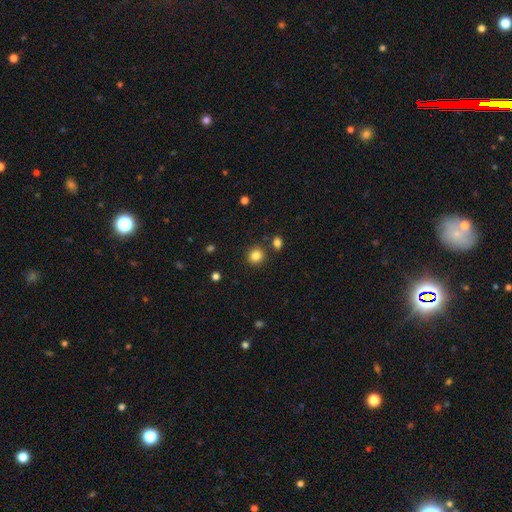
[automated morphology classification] The model was most divided on "smooth or featured": smooth: 84%, star or artifact: 11%, featured or disk: 5%. More confident: how rounded — round (88%); merging — none (85%).